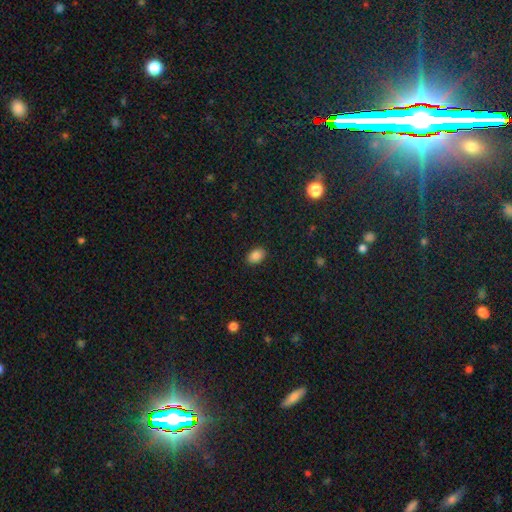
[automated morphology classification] Smooth or featured?
  - smooth: 86% *
  - star or artifact: 9%
  - featured or disk: 5%
How rounded?
  - in between: 80% *
  - round: 19%
  - cigar-shaped: 1%
Merging?
  - none: 89% *
  - minor disturbance: 8%
  - major disturbance: 2%
  - merger: 1%